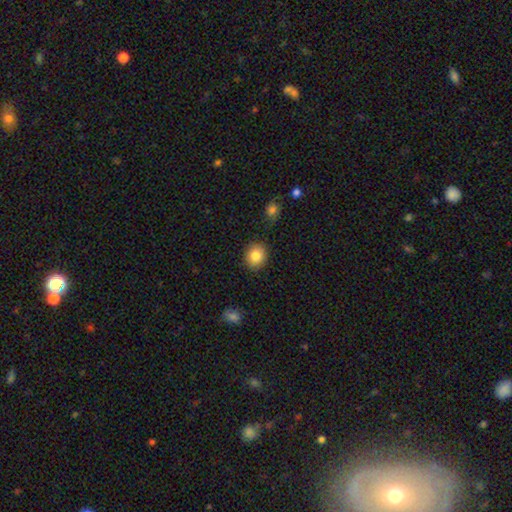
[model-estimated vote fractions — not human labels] This appears to be a smooth galaxy with no disk features (84%) that is round (75%). Merging: none (88%).